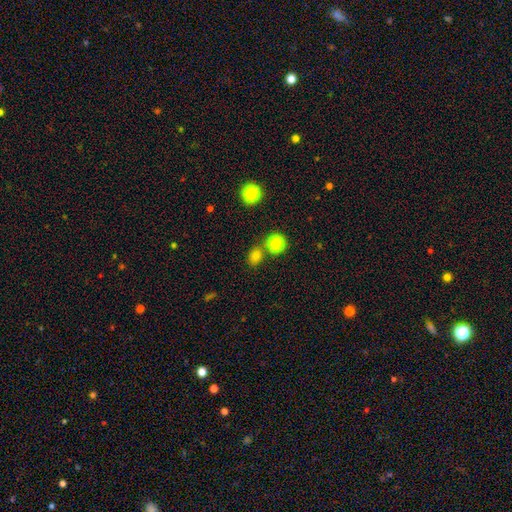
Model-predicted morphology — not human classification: smooth-or-featured: smooth: 77% | star or artifact: 18% | featured or disk: 5%
  how-rounded: round: 62% | in between: 37% | cigar-shaped: 1%
  merging: none: 66% | merger: 21% | minor disturbance: 10% | major disturbance: 4%